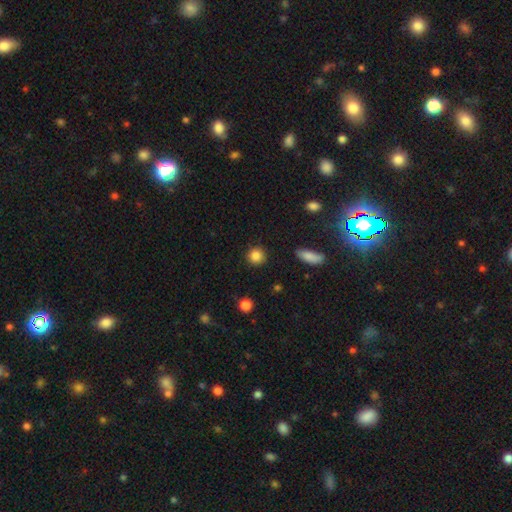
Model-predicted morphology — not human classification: smooth-or-featured: smooth: 86% | star or artifact: 10% | featured or disk: 5%
  how-rounded: round: 91% | in between: 7% | cigar-shaped: 1%
  merging: none: 89% | minor disturbance: 7% | major disturbance: 2% | merger: 2%